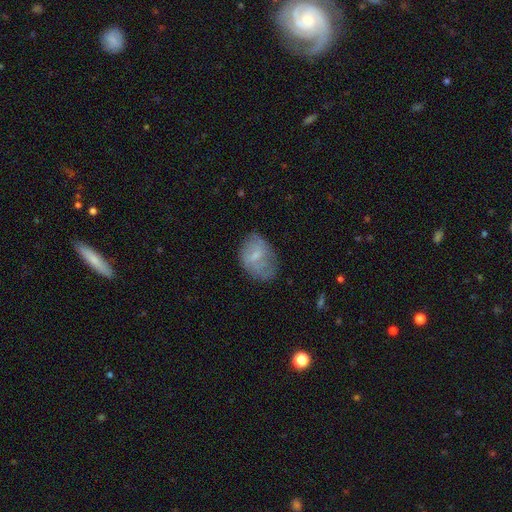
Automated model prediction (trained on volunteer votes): A smooth galaxy with no disk features (53%) that is in between round and cigar-shaped (79%). Merging: none (52%).